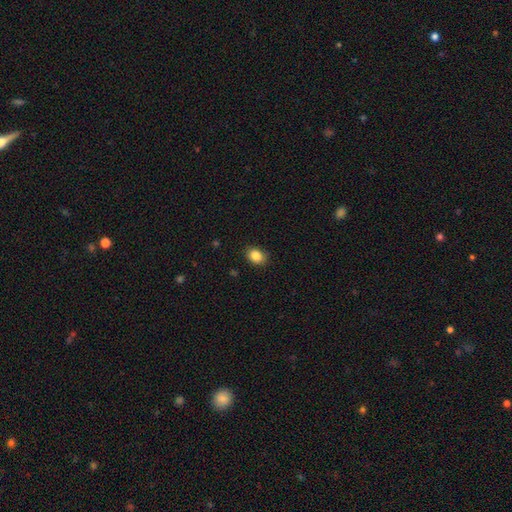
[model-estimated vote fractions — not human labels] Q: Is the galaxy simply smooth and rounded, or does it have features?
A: smooth — 87%.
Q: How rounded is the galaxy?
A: in between — 64%.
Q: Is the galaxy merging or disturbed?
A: none — 87%.